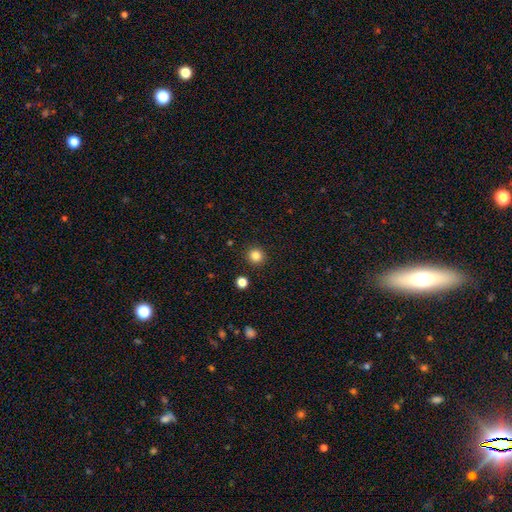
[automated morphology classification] Smooth or featured?
  - smooth: 84% *
  - star or artifact: 12%
  - featured or disk: 4%
How rounded?
  - round: 93% *
  - in between: 6%
  - cigar-shaped: 1%
Merging?
  - none: 91% *
  - minor disturbance: 5%
  - major disturbance: 2%
  - merger: 2%